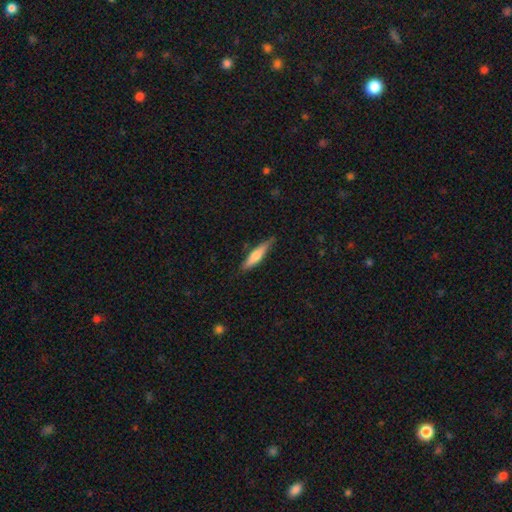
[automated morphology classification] The model was most divided on "smooth or featured": smooth: 66%, featured or disk: 29%, star or artifact: 5%. More confident: how rounded — cigar-shaped (82%); merging — none (79%).